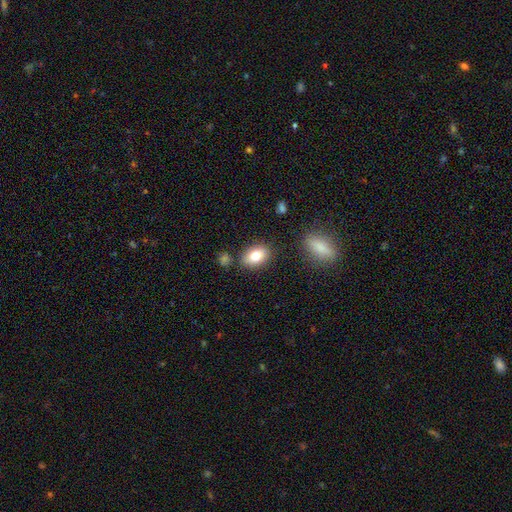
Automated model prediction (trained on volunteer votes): This is likely a smooth galaxy (79%). How rounded: clearly in between (83%). Merging: clearly none (81%).